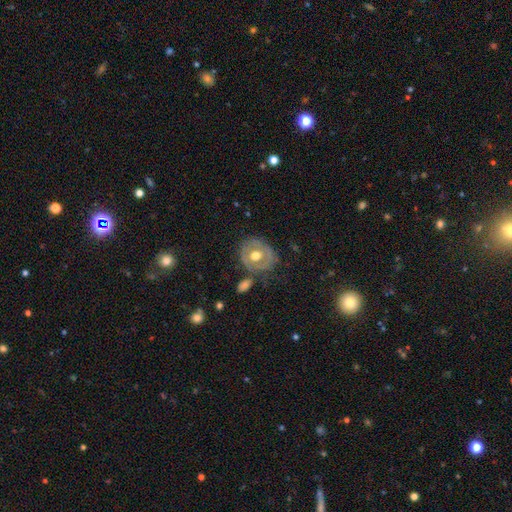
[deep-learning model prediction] smooth-or-featured: featured or disk: 53% | smooth: 40% | star or artifact: 7%
  disk-edge-on: no: 94% | yes: 6%
    bar: no: 79% | weak: 16% | strong: 5%
    has-spiral-arms: no: 75% | yes: 25%
    bulge-size: moderate: 75% | large: 18% | small: 5% | dominant: 1% | none: 1%
  merging: none: 67% | minor disturbance: 18% | major disturbance: 8% | merger: 7%